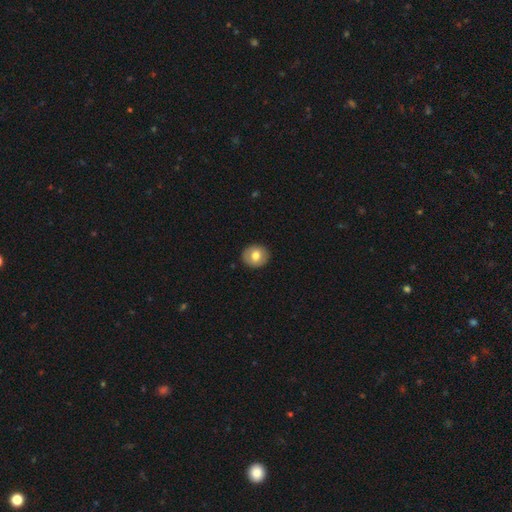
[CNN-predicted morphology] A smooth galaxy with no disk features (71%) that is round (79%).

Vote fractions:
- Smooth or featured? smooth: 71% / featured or disk: 21% / star or artifact: 7%
- How rounded? round: 79% / in between: 20% / cigar-shaped: 1%
- Merging? none: 90% / minor disturbance: 7% / major disturbance: 2% / merger: 1%